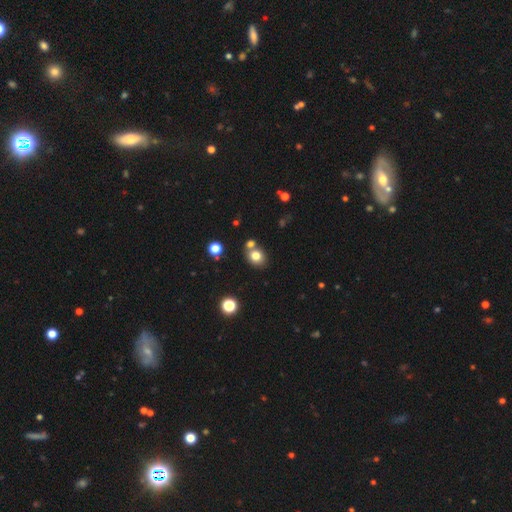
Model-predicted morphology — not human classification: Q: Smooth or featured?
A: smooth (78%); runner-up: star or artifact (13%)
Q: How rounded?
A: round (67%); runner-up: in between (32%)
Q: Merging?
A: none (64%); runner-up: merger (23%)